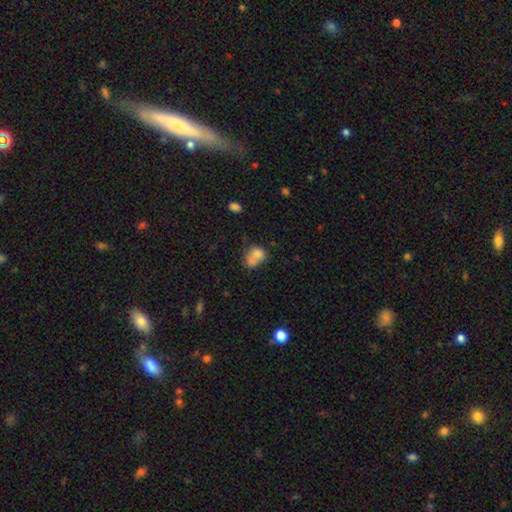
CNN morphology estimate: The model was most divided on "how rounded": in between: 51%, round: 48%, cigar-shaped: 1%. More confident: smooth or featured — smooth (72%); merging — merger (66%).